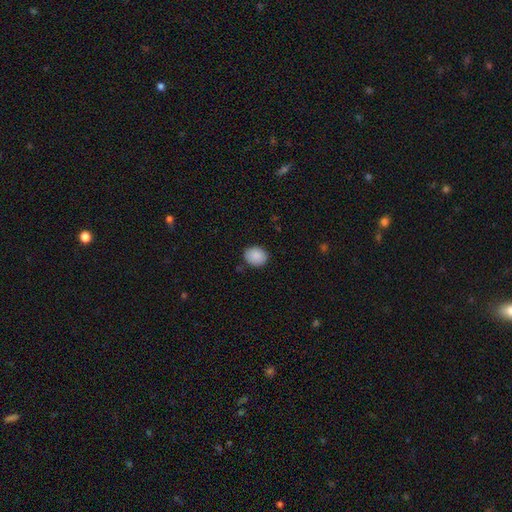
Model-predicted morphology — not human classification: Smooth or featured?
  - smooth: 89% *
  - star or artifact: 7%
  - featured or disk: 3%
How rounded?
  - round: 58% *
  - in between: 41%
  - cigar-shaped: 1%
Merging?
  - none: 86% *
  - minor disturbance: 10%
  - major disturbance: 2%
  - merger: 2%